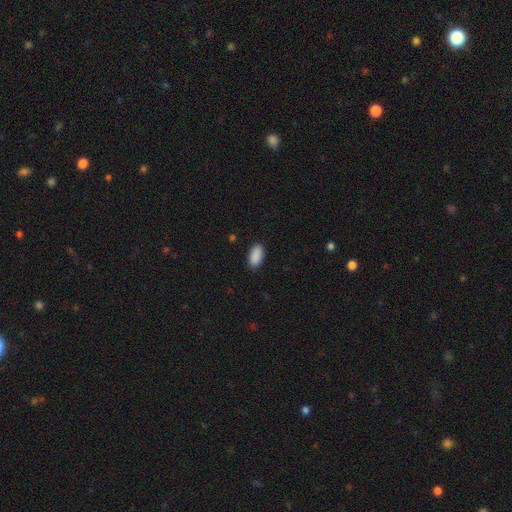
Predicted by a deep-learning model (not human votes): Smooth or featured? Predicted: smooth (p=0.91). How rounded? Predicted: in between (p=0.94). Merging? Predicted: none (p=0.88).